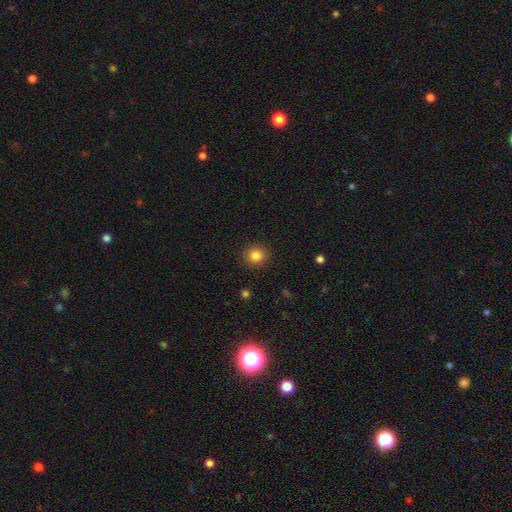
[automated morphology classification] Smooth or featured? Predicted: smooth (p=0.84). How rounded? Predicted: round (p=0.87). Merging? Predicted: none (p=0.90).